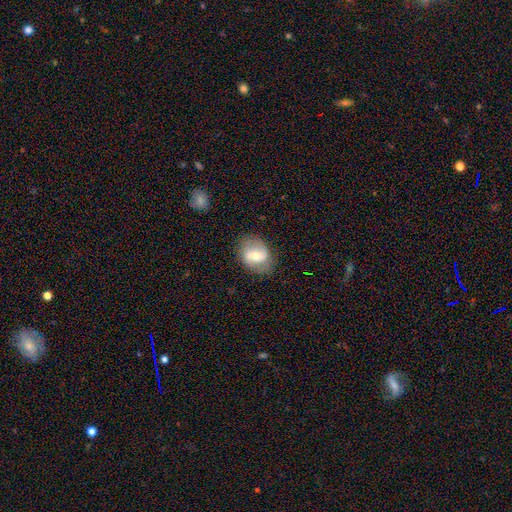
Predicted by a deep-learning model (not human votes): A featured or disk galaxy (53%) with a weak bar (41%), spiral arms (65%) and a moderate central bulge (62%).

Vote fractions:
- Smooth or featured? featured or disk: 53% / smooth: 40% / star or artifact: 8%
- Edge-on disk? no: 96% / yes: 4%
- Bar? weak: 41% / no: 36% / strong: 23%
- Spiral arms? yes: 65% / no: 35%
- Bulge size? moderate: 62% / small: 32% / large: 4% / none: 1% / dominant: 1%
- Merging? none: 77% / minor disturbance: 16% / major disturbance: 6% / merger: 1%